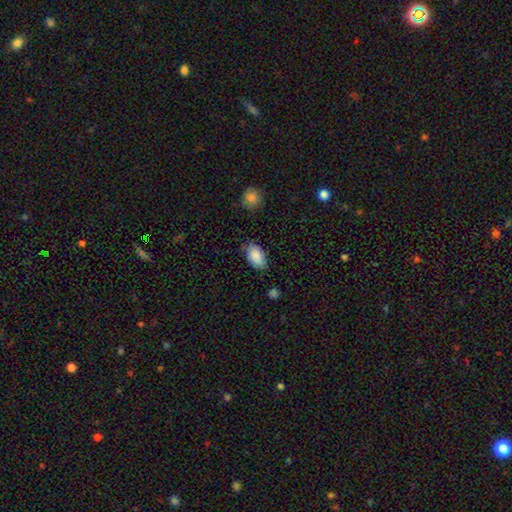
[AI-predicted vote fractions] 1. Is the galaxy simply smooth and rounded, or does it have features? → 87% smooth, 7% star or artifact, 6% featured or disk.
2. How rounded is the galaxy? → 93% in between, 5% round, 2% cigar-shaped.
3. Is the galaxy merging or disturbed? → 77% none, 18% minor disturbance, 4% major disturbance, 2% merger.